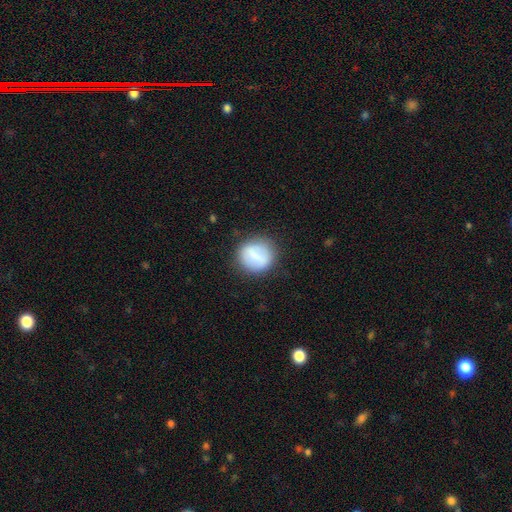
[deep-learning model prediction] Smooth or featured? smooth (76%)
How rounded? round (85%)
Merging? none (79%)